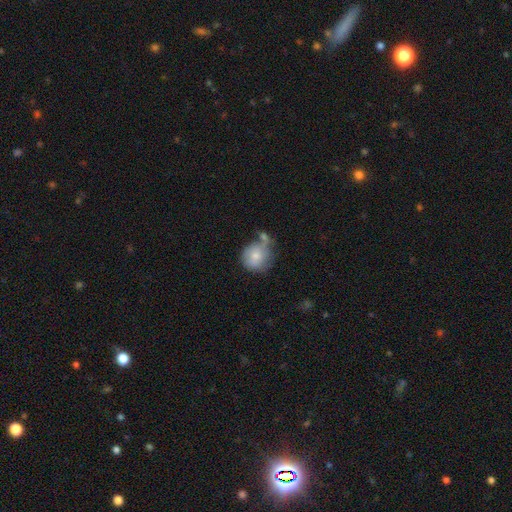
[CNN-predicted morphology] Overall: smooth (67%). How rounded: round (79%). Merging: none (38%; merger 26%).